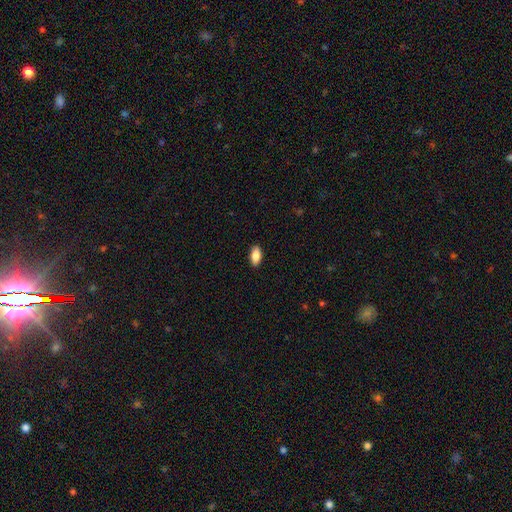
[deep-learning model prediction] smooth-or-featured: smooth: 86% | featured or disk: 7% | star or artifact: 7%
  how-rounded: in between: 90% | cigar-shaped: 7% | round: 3%
  merging: none: 89% | minor disturbance: 8% | major disturbance: 2% | merger: 1%